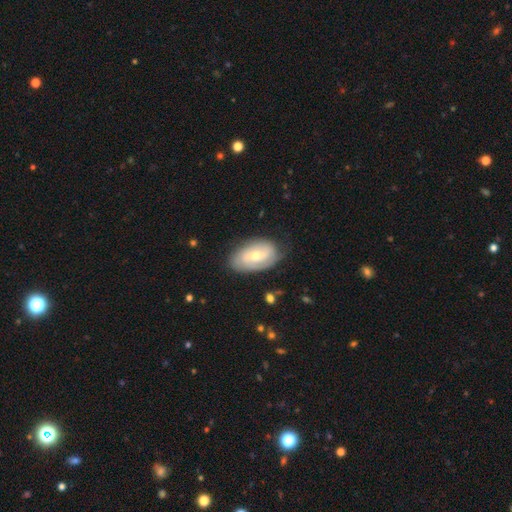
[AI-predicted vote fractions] Morphology: type=featured or disk (63%); edge-on=no (94%); bar=no (46%); spiral arms=yes (81%); bulge=moderate (54%); merging=none (74%).